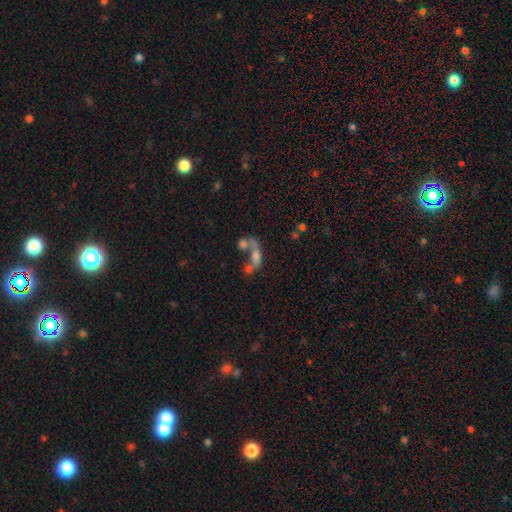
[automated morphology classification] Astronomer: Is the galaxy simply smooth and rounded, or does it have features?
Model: featured or disk — 43% (runner-up: smooth, 39%).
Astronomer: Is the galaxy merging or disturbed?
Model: merger — 55%.